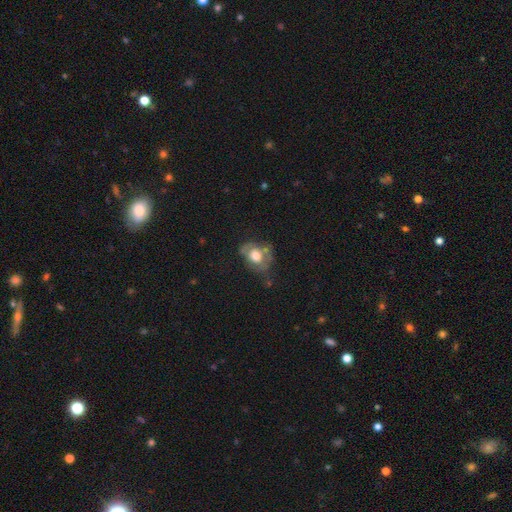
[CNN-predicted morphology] type=smooth (53%); roundness=in between (61%); merging=none (41%).